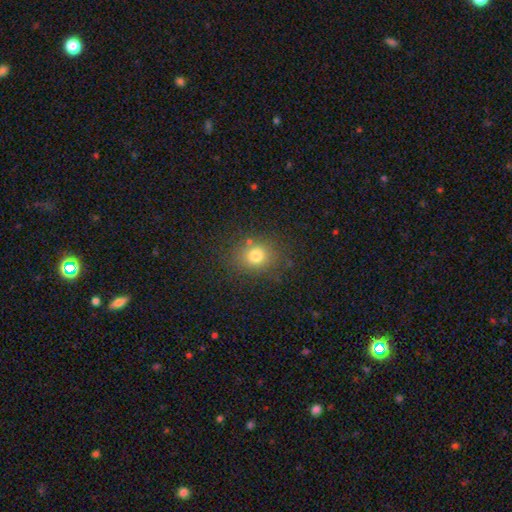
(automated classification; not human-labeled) smooth 78%, star or artifact 15%, featured or disk 8%. Down the decision tree: how rounded — round (69%); merging — none (82%).